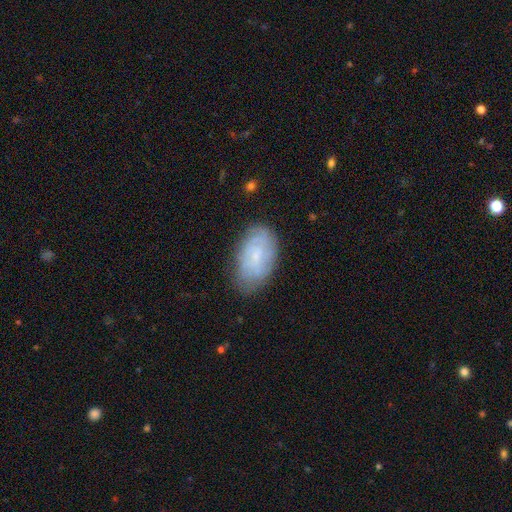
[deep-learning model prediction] Q: Smooth or featured?
A: featured or disk (47%); runner-up: smooth (44%)
Q: Merging?
A: none (73%); runner-up: minor disturbance (21%)